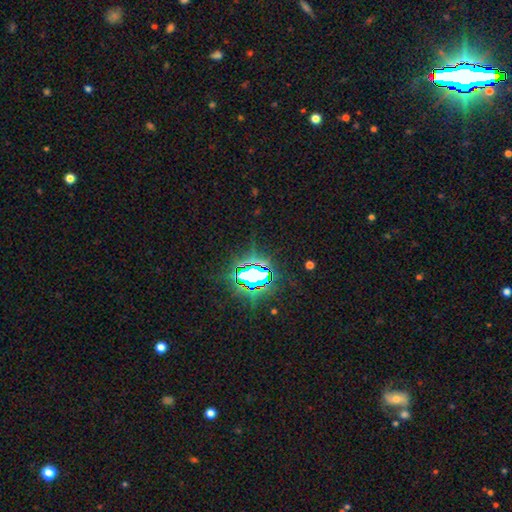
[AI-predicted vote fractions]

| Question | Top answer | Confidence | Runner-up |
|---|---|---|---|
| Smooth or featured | star or artifact | 80% | smooth (12%) |